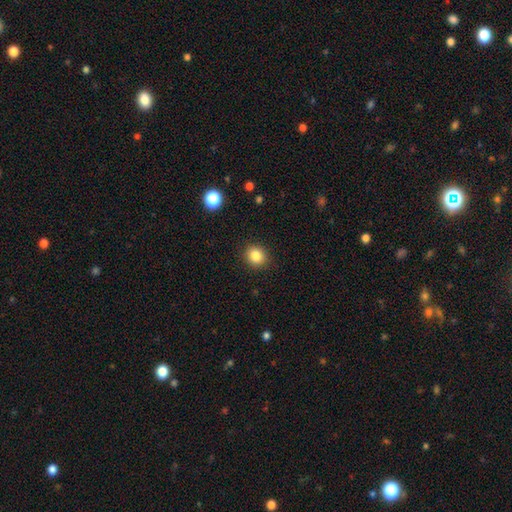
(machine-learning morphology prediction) Smooth or featured? Predicted: smooth (p=0.84). How rounded? Predicted: round (p=0.82). Merging? Predicted: none (p=0.90).